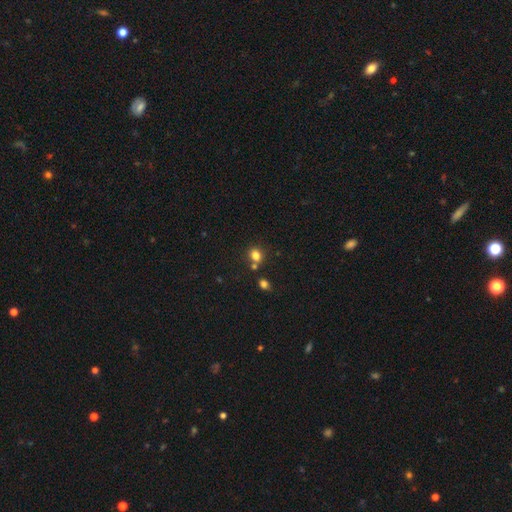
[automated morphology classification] type=smooth (80%); roundness=round (68%); merging=none (65%).